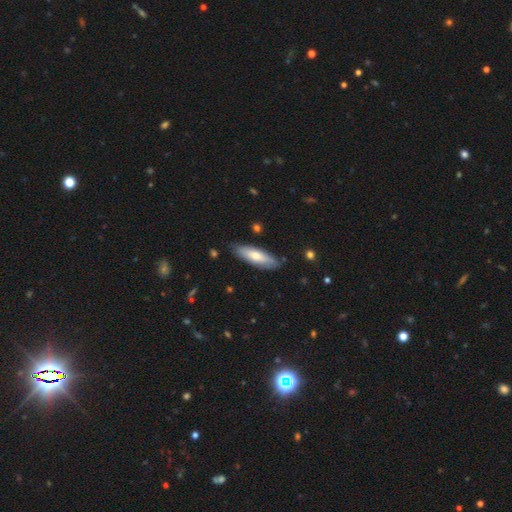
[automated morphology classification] type=smooth (65%); roundness=cigar-shaped (50%); merging=none (84%).